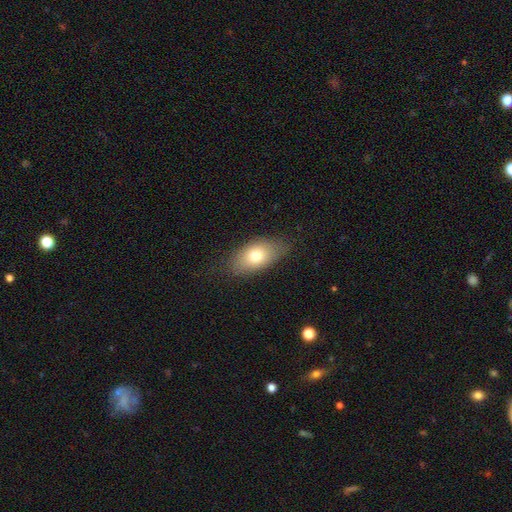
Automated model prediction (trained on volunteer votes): Smooth or featured?
  - smooth: 74% *
  - featured or disk: 17%
  - star or artifact: 8%
How rounded?
  - in between: 89% *
  - round: 7%
  - cigar-shaped: 4%
Merging?
  - none: 77% *
  - minor disturbance: 17%
  - major disturbance: 5%
  - merger: 1%